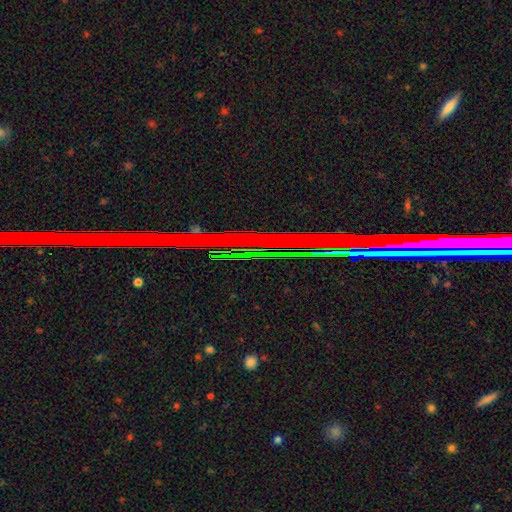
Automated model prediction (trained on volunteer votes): Morphology: type=star or artifact (78%).